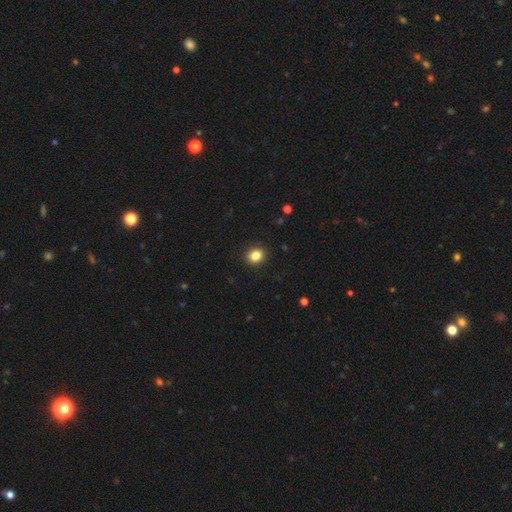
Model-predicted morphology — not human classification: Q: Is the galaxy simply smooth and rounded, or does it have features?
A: smooth — 84%.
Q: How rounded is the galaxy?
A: round — 73%.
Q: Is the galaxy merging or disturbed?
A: none — 91%.